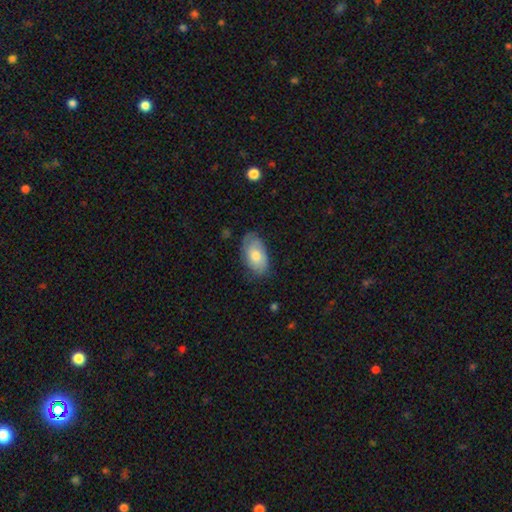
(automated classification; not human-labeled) The model was most divided on "smooth or featured": smooth: 67%, featured or disk: 27%, star or artifact: 6%. More confident: how rounded — in between (93%); merging — none (72%).